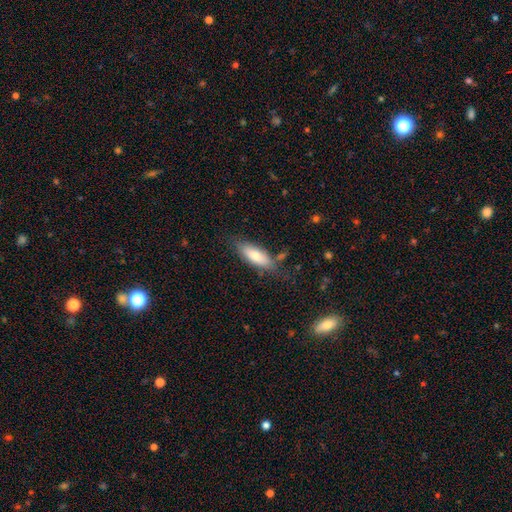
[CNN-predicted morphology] The model was most divided on "how rounded": in between: 69%, cigar-shaped: 29%, round: 2%. More confident: smooth or featured — smooth (74%); merging — none (68%).